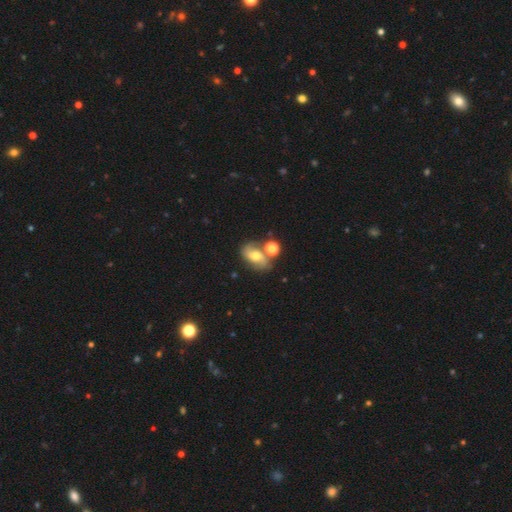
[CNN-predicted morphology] Smooth or featured?
  - featured or disk: 52% *
  - smooth: 36%
  - star or artifact: 12%
Edge-on disk?
  - no: 95% *
  - yes: 5%
Merging?
  - none: 56% *
  - merger: 22%
  - minor disturbance: 16%
  - major disturbance: 7%